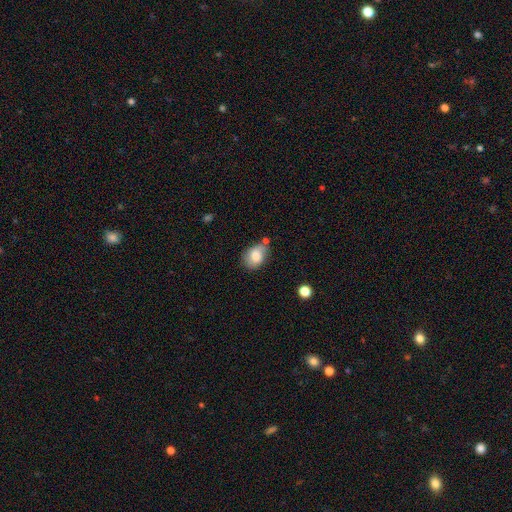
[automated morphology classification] Q: Smooth or featured?
A: smooth (77%); runner-up: featured or disk (15%)
Q: How rounded?
A: in between (72%); runner-up: round (27%)
Q: Merging?
A: none (54%); runner-up: minor disturbance (26%)